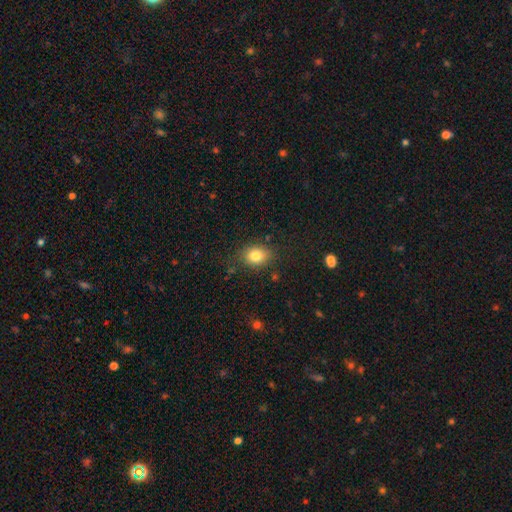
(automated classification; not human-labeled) This appears to be a smooth galaxy with no disk features (82%) that is in between round and cigar-shaped (61%). Merging: none (82%).